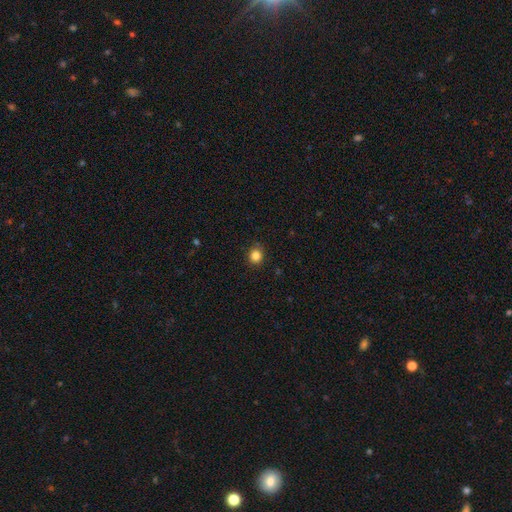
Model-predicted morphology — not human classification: Q: Smooth or featured?
A: smooth (84%); runner-up: star or artifact (11%)
Q: How rounded?
A: round (84%); runner-up: in between (15%)
Q: Merging?
A: none (88%); runner-up: minor disturbance (9%)